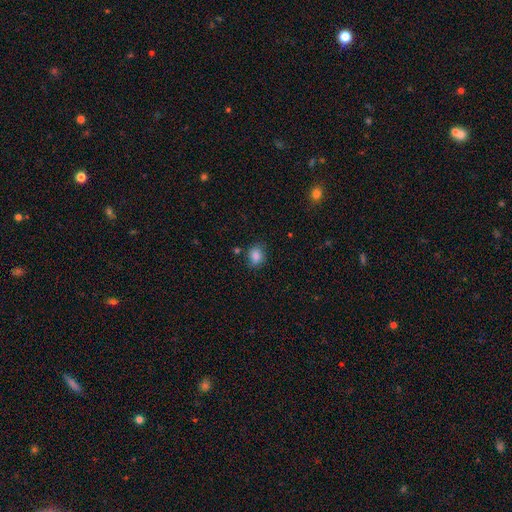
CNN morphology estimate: This appears to be a smooth galaxy with no disk features (85%) that is round (59%). Merging: none (73%).